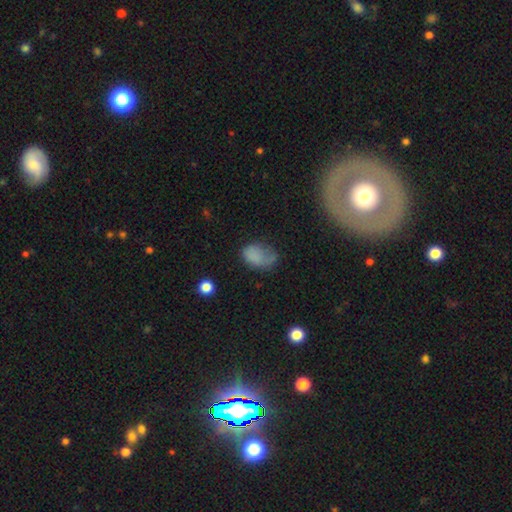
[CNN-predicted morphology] This appears to be a smooth galaxy with no disk features (74%) that is in between round and cigar-shaped (83%). Merging: none (37%).